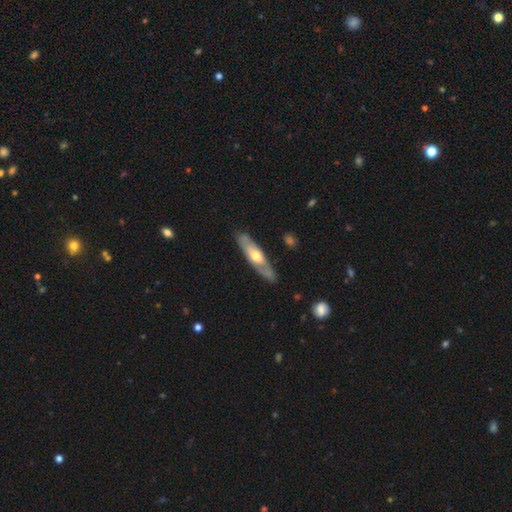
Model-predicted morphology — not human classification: A featured or disk galaxy (58%) viewed edge-on (50%, tied with no).

Vote fractions:
- Smooth or featured? featured or disk: 58% / smooth: 37% / star or artifact: 5%
- Edge-on disk? yes: 50% (tied) / no: 50% (tied)
- Merging? none: 82% / minor disturbance: 14% / major disturbance: 3% / merger: 2%